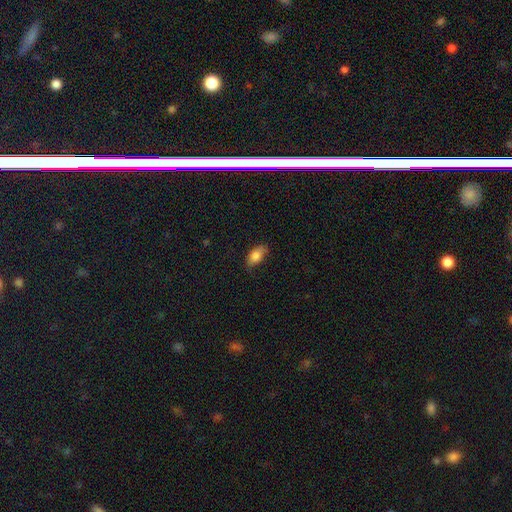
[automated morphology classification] Smooth or featured? Predicted: smooth (p=0.84). How rounded? Predicted: in between (p=0.89). Merging? Predicted: none (p=0.73).